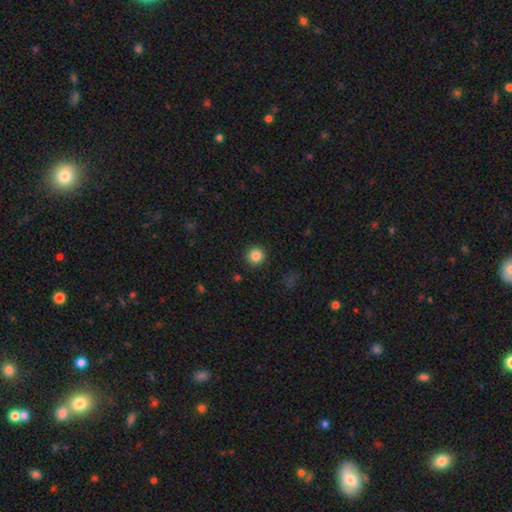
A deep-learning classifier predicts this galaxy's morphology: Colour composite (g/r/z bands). It shows a smooth galaxy with no disk features (85%) that is round (94%). Merging: none (91%).